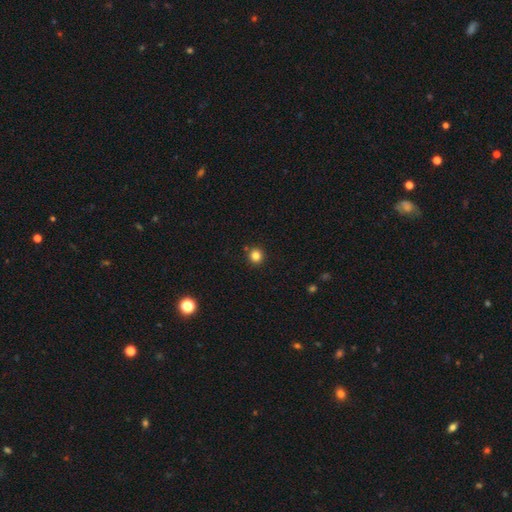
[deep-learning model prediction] A smooth galaxy with no disk features (83%) that is round (94%). Merging: none (87%).